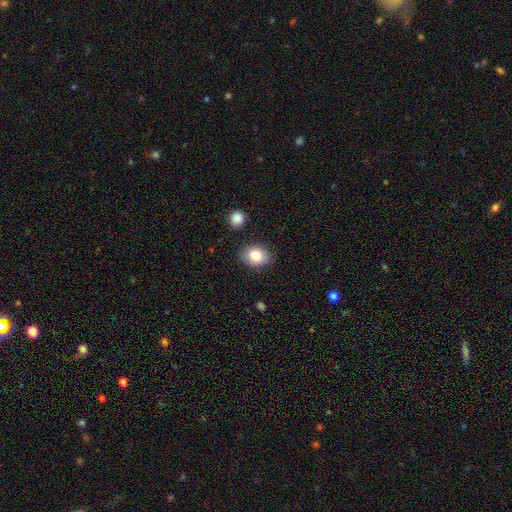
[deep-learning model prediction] Smooth or featured? Predicted: smooth (p=0.82). How rounded? Predicted: in between (p=0.65). Merging? Predicted: none (p=0.85).